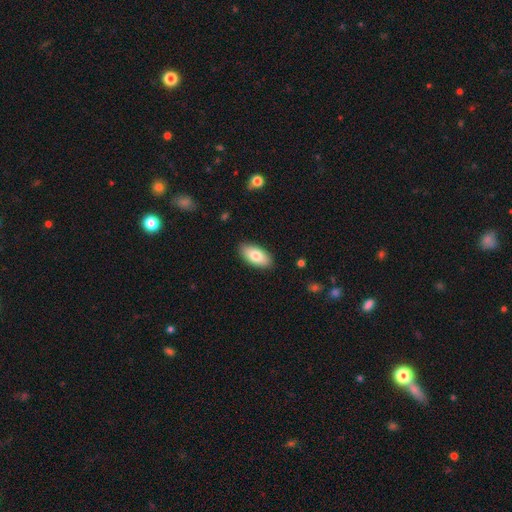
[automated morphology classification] smooth-or-featured: smooth: 79% | featured or disk: 14% | star or artifact: 6%
  how-rounded: in between: 92% | cigar-shaped: 6% | round: 2%
  merging: none: 88% | minor disturbance: 9% | major disturbance: 2% | merger: 1%